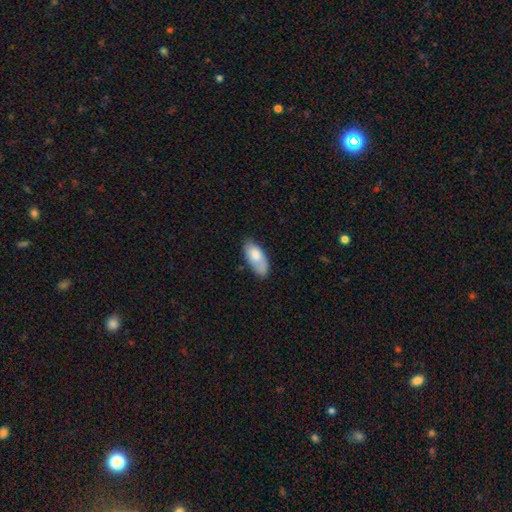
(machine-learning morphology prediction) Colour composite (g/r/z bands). It shows a smooth galaxy with no disk features (78%) that is in between round and cigar-shaped (89%). Merging: none (64%).